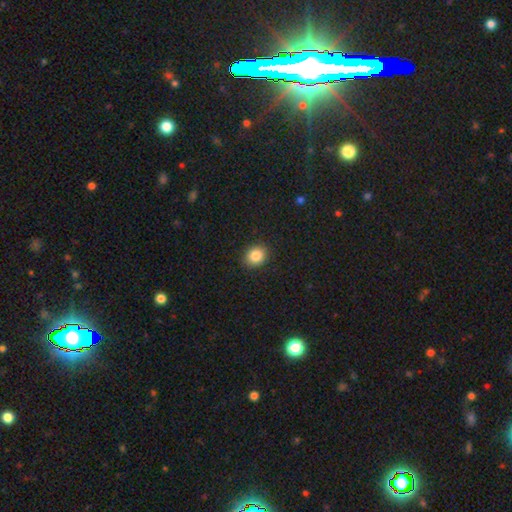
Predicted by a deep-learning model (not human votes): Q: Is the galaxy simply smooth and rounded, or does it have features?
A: smooth — 85%.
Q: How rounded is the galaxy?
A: round — 70%.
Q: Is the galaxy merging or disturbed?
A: none — 90%.